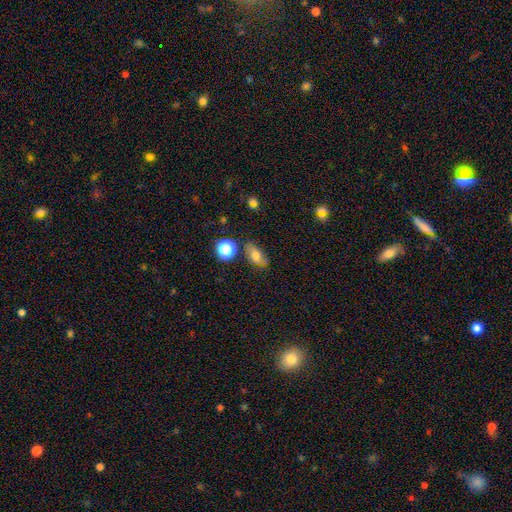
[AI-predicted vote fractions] smooth_or_featured: smooth (p=0.58) [alt: featured or disk p=0.27]
how_rounded: in between (p=0.78) [alt: round p=0.16]
merging: none (p=0.68) [alt: minor disturbance p=0.21]